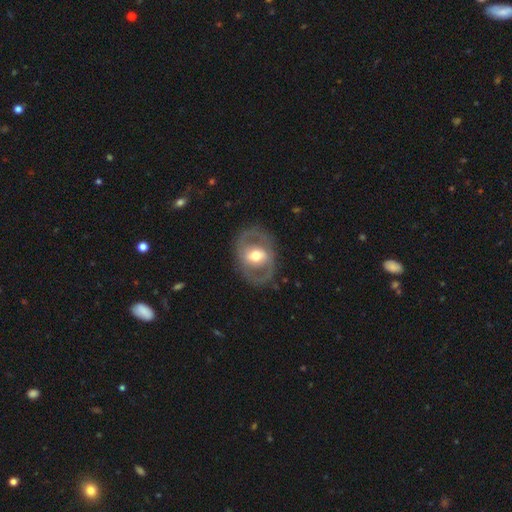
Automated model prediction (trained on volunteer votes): smooth_or_featured: featured or disk (p=0.72) [alt: smooth p=0.23]
disk_edge_on: no (p=0.95) [alt: yes p=0.05]
bar: weak (p=0.38) [alt: no p=0.36]
has_spiral_arms: yes (p=0.60) [alt: no p=0.40]
bulge_size: moderate (p=0.69) [alt: large p=0.19]
merging: none (p=0.80) [alt: minor disturbance p=0.12]